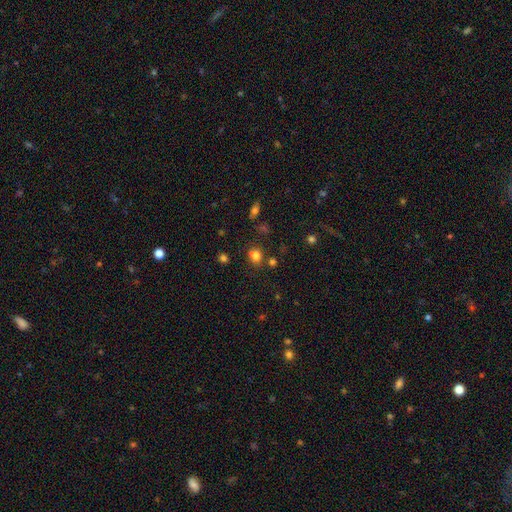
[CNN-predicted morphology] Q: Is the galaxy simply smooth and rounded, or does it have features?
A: smooth — 79%.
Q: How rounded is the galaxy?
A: round — 67%.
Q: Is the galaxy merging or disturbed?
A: none — 73%.